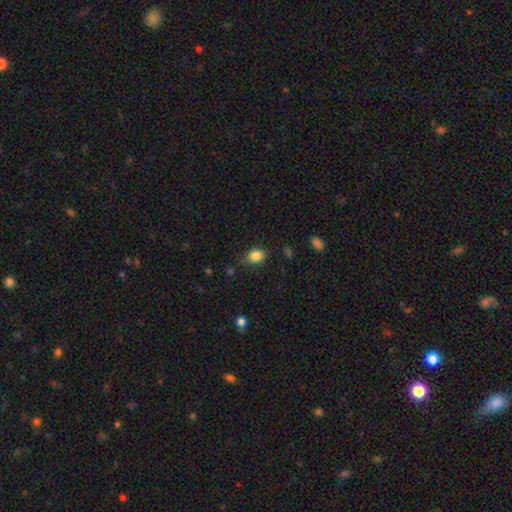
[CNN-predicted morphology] smooth 85%, star or artifact 10%, featured or disk 5%. Down the decision tree: how rounded — in between (63%); merging — none (77%).